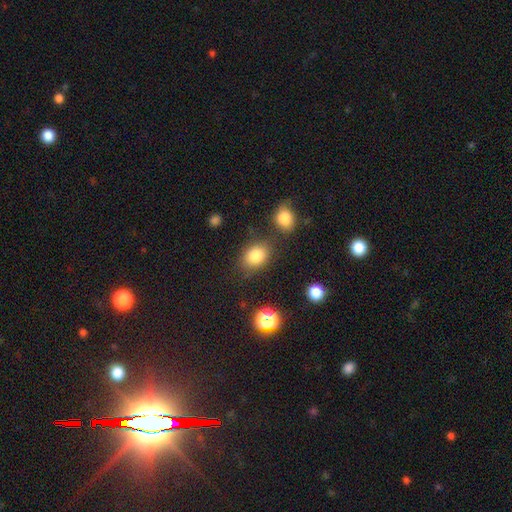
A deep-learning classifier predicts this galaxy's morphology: A smooth galaxy with no disk features (82%) that is in between round and cigar-shaped (63%).

Vote fractions:
- Smooth or featured? smooth: 82% / star or artifact: 11% / featured or disk: 7%
- How rounded? in between: 63% / round: 36% / cigar-shaped: 1%
- Merging? none: 73% / minor disturbance: 14% / merger: 8% / major disturbance: 5%